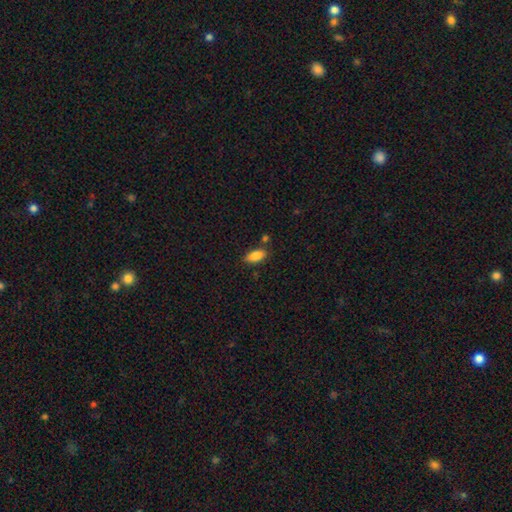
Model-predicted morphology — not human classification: Smooth or featured? Predicted: smooth (p=0.86). How rounded? Predicted: in between (p=0.88). Merging? Predicted: none (p=0.78).